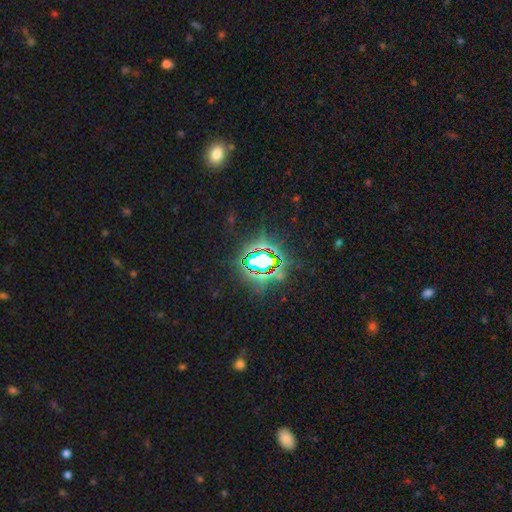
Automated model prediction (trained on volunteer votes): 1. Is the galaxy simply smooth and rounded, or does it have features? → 80% star or artifact, 11% smooth, 10% featured or disk.